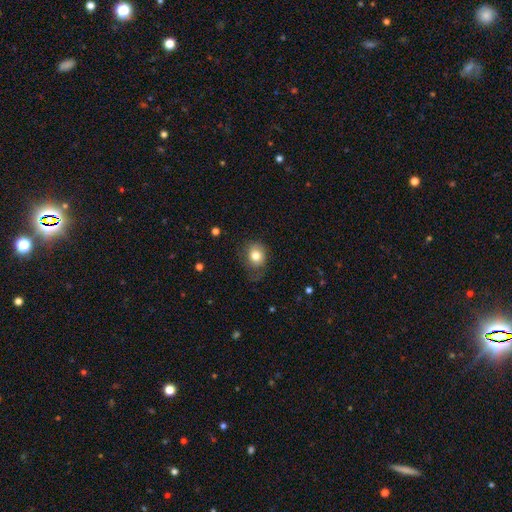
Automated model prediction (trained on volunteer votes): This appears to be a smooth galaxy with no disk features (79%) that is round (65%). Merging: none (57%).